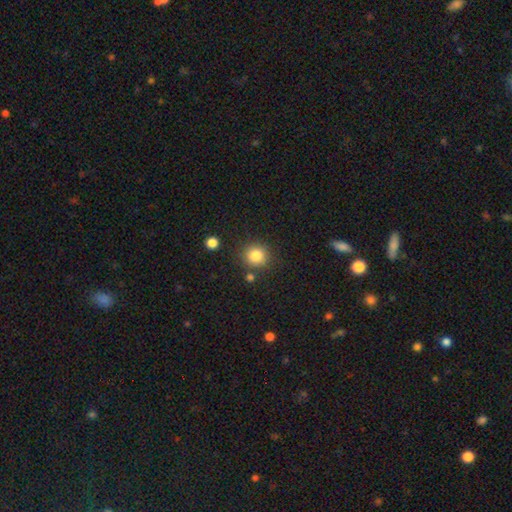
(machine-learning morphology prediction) Smooth or featured? smooth (83%)
How rounded? round (89%)
Merging? none (82%)